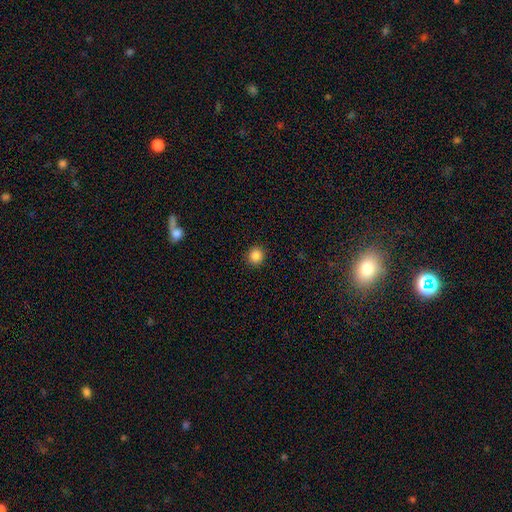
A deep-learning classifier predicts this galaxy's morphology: A smooth galaxy with no disk features (86%) that is round (87%). Merging: none (92%).